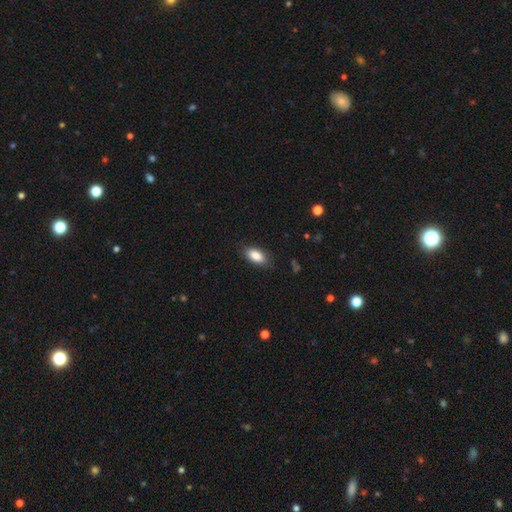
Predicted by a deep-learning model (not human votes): This is clearly a smooth galaxy (86%). How rounded: clearly in between (90%). Merging: clearly none (82%).